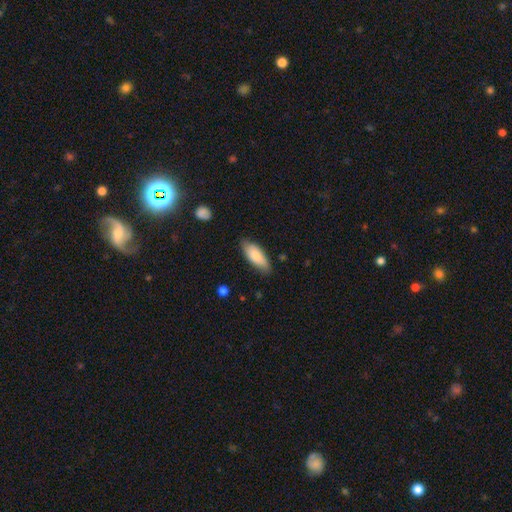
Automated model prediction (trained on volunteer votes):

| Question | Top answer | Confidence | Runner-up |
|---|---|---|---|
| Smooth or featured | smooth | 83% | featured or disk (11%) |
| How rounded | in between | 75% | cigar-shaped (23%) |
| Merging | none | 80% | minor disturbance (16%) |